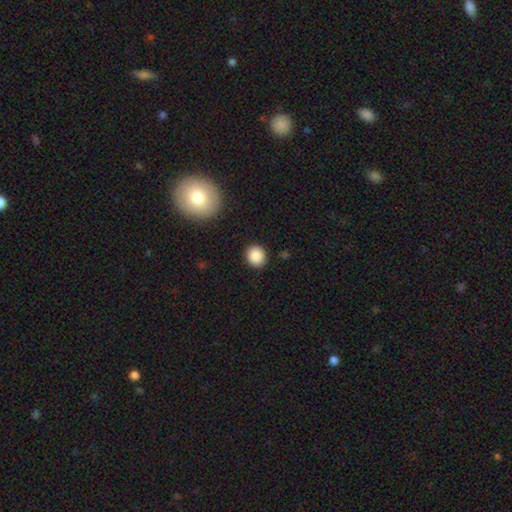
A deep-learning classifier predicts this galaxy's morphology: Q: Smooth or featured?
A: smooth (88%); runner-up: star or artifact (9%)
Q: How rounded?
A: round (85%); runner-up: in between (14%)
Q: Merging?
A: none (90%); runner-up: minor disturbance (6%)